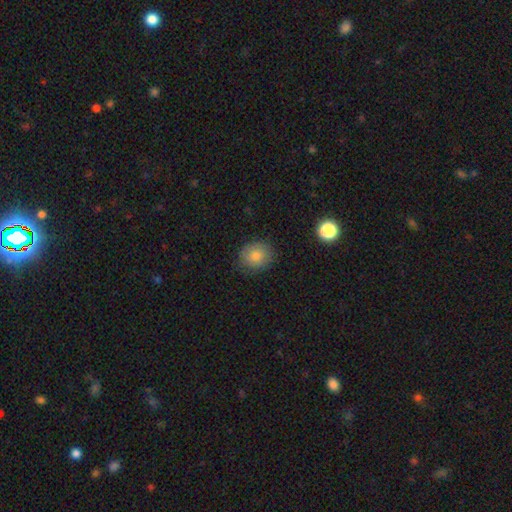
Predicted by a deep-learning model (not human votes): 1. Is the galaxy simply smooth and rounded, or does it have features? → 80% smooth, 10% star or artifact, 10% featured or disk.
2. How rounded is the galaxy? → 70% round, 29% in between, 1% cigar-shaped.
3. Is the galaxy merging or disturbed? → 84% none, 12% minor disturbance, 3% major disturbance, 1% merger.